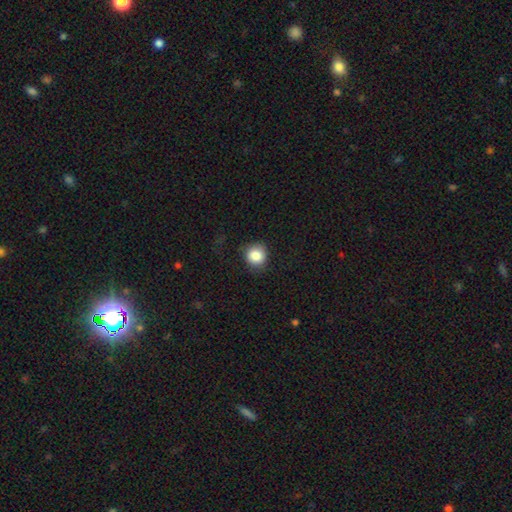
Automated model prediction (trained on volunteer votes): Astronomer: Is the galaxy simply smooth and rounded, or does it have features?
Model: smooth — 85%.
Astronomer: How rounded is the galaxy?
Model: round — 87%.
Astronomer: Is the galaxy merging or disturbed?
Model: none — 78%.